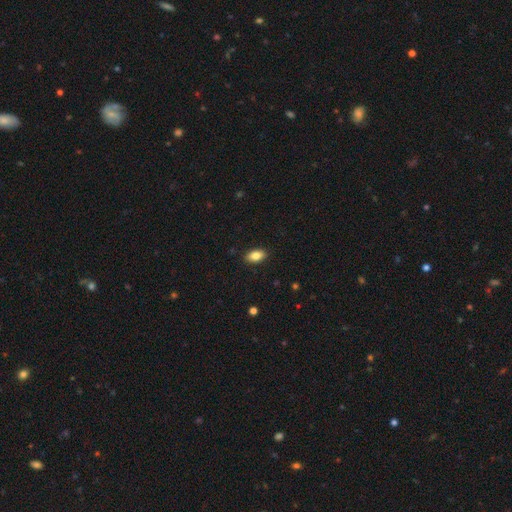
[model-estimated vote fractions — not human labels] Smooth or featured? Predicted: smooth (p=0.84). How rounded? Predicted: in between (p=0.91). Merging? Predicted: none (p=0.89).